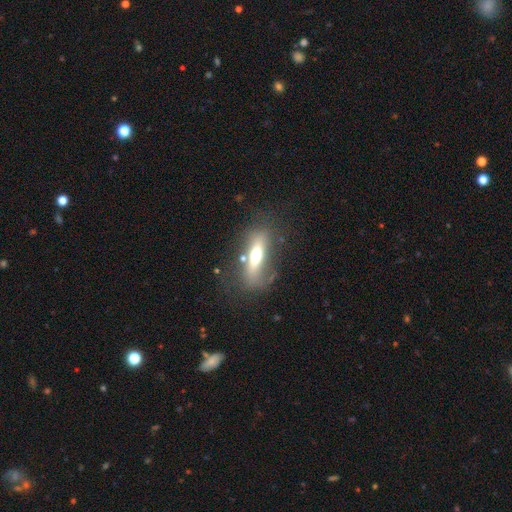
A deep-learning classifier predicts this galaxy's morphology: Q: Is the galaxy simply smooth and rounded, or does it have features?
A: featured or disk — 46%.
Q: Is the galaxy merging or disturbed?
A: none — 63%.